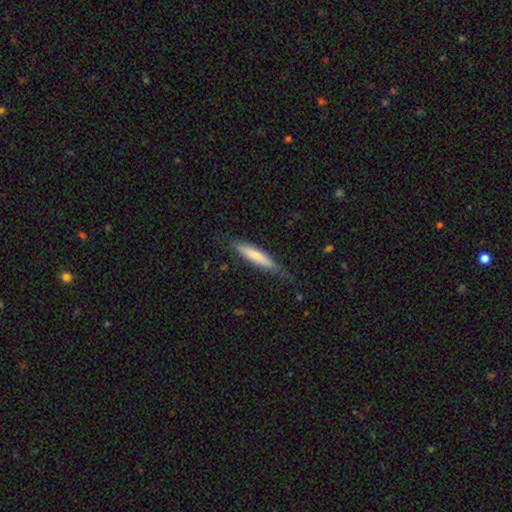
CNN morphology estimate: The model was most divided on "smooth or featured": smooth: 64%, featured or disk: 30%, star or artifact: 5%. More confident: how rounded — cigar-shaped (87%); merging — none (74%).